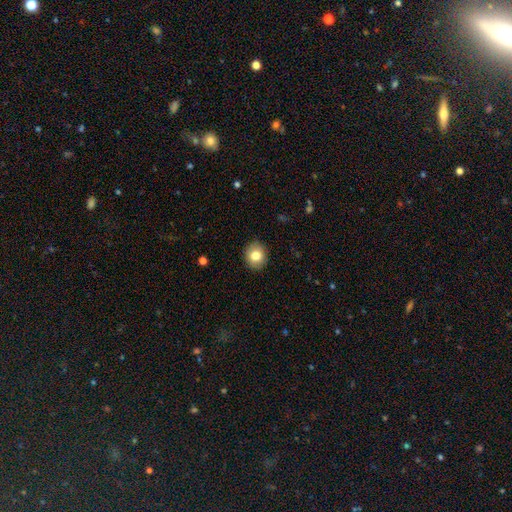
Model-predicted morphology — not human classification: This is clearly a smooth galaxy (81%). How rounded: likely round (73%). Merging: clearly none (90%).